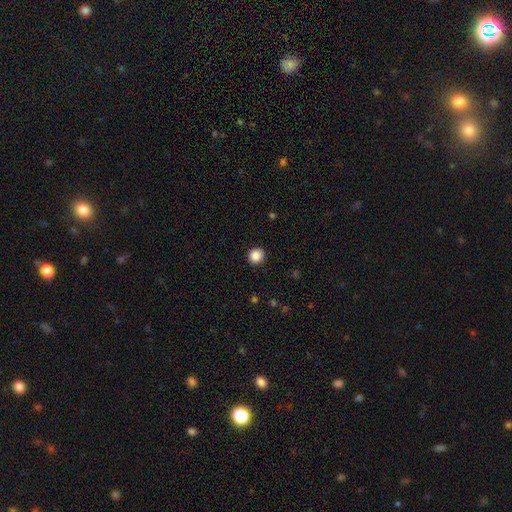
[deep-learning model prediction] Smooth or featured? smooth (88%)
How rounded? round (89%)
Merging? none (91%)